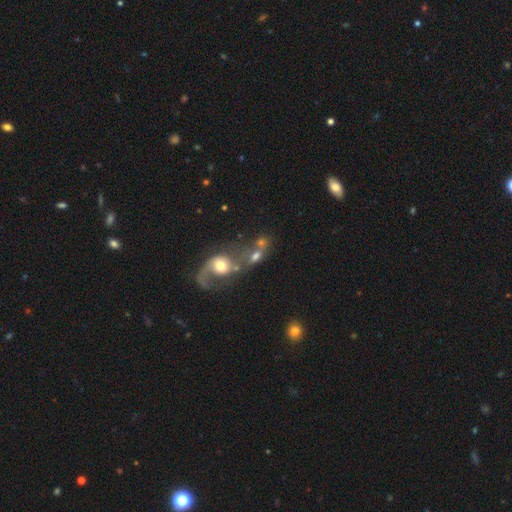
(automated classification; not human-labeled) smooth-or-featured: smooth: 49% | featured or disk: 37% | star or artifact: 13%
  merging: merger: 60% | none: 18% | major disturbance: 14% | minor disturbance: 8%